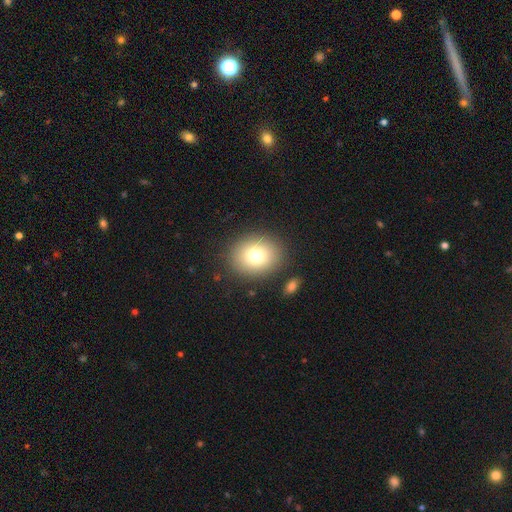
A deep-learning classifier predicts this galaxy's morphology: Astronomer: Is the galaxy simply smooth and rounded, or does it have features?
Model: smooth — 76%.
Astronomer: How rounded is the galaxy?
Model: round — 61% (runner-up: in between, 38%).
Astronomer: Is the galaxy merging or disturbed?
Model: none — 86%.